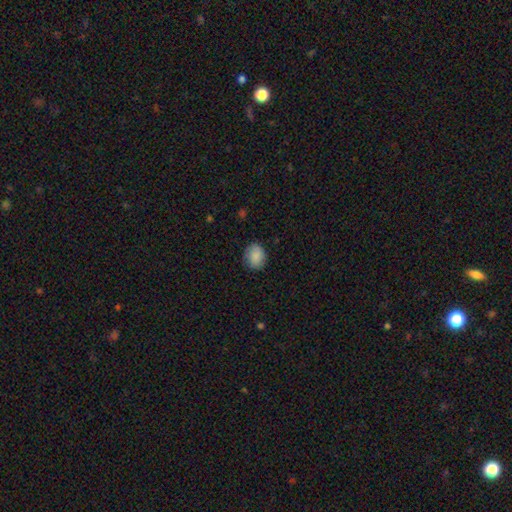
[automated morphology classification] Smooth or featured: smooth — 86% (star or artifact — 7%)
How rounded: round — 53% (in between — 46%)
Merging: none — 78% (minor disturbance — 17%)